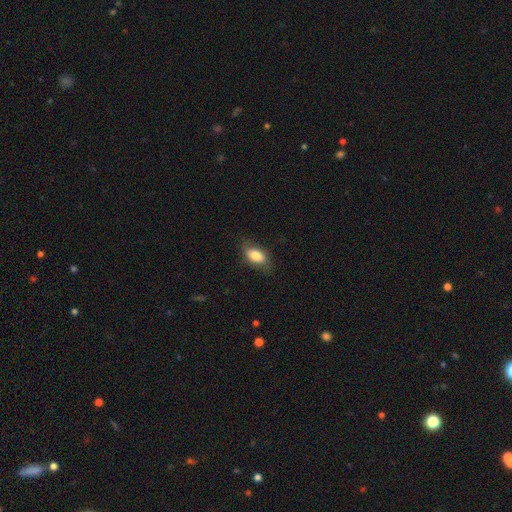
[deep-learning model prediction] smooth-or-featured: smooth: 79% | featured or disk: 14% | star or artifact: 7%
  how-rounded: in between: 88% | round: 8% | cigar-shaped: 4%
  merging: none: 74% | minor disturbance: 19% | major disturbance: 6% | merger: 1%